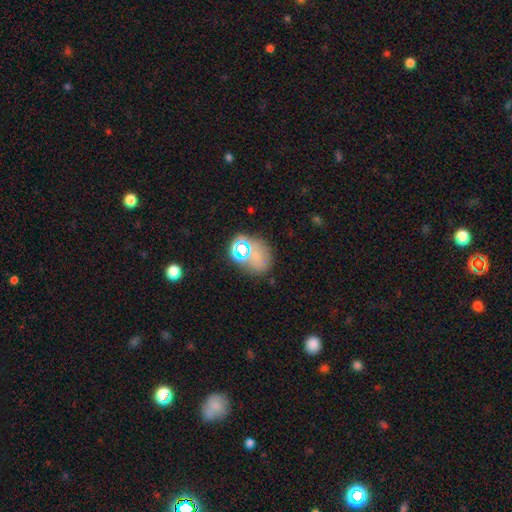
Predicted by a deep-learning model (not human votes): This appears to be a smooth galaxy with no disk features (53%) that is round (53%). Merging: none (62%).